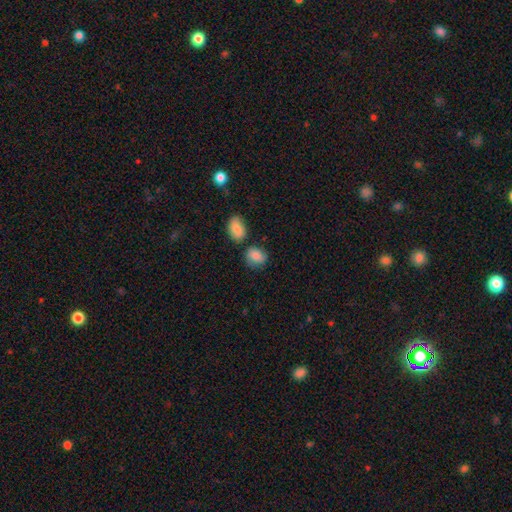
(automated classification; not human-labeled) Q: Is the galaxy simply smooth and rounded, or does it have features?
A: smooth — 82%.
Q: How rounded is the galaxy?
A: round — 52%.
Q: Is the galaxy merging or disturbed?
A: none — 65%.